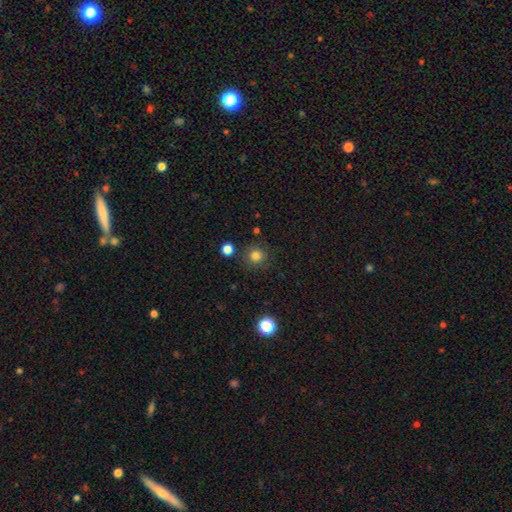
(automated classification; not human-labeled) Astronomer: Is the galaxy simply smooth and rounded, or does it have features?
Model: smooth — 82%.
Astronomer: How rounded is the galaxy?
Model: round — 93%.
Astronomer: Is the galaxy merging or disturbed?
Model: none — 85%.